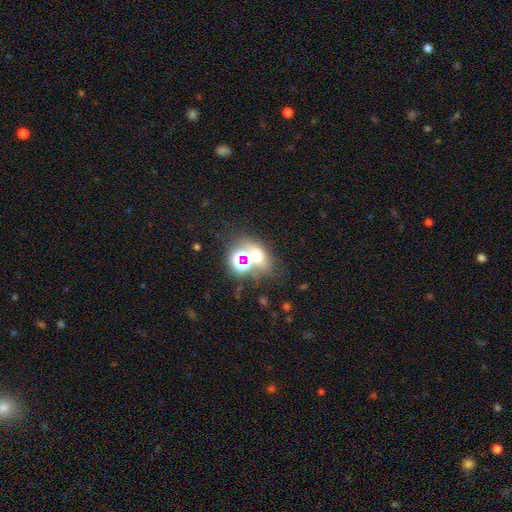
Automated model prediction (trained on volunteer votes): This is possibly a smooth galaxy (48%). Merging: possibly none (53%).